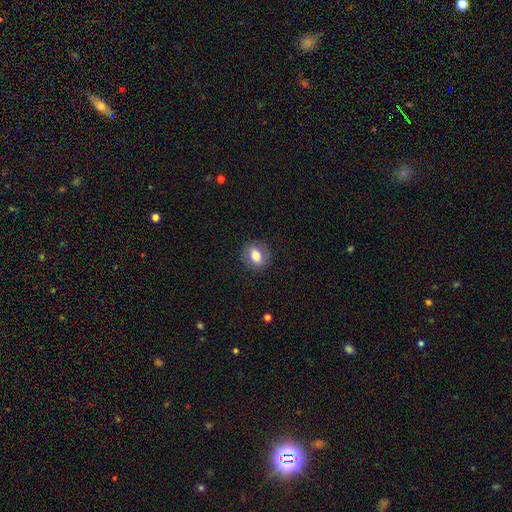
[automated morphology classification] Smooth or featured? Predicted: smooth (p=0.76). How rounded? Predicted: round (p=0.57). Merging? Predicted: none (p=0.87).